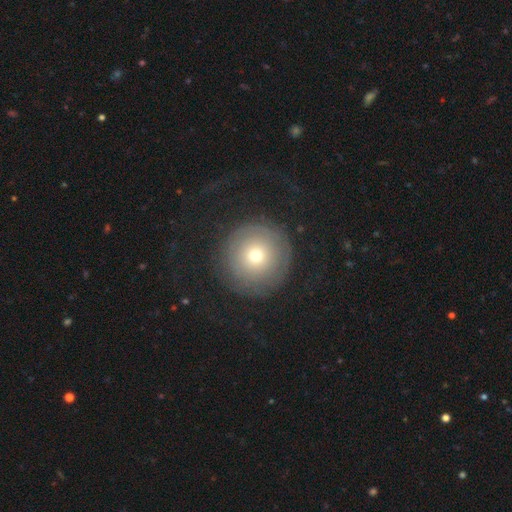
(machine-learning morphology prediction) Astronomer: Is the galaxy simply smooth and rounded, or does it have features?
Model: smooth — 61%.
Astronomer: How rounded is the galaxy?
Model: round — 95%.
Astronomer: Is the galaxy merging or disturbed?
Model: none — 81%.